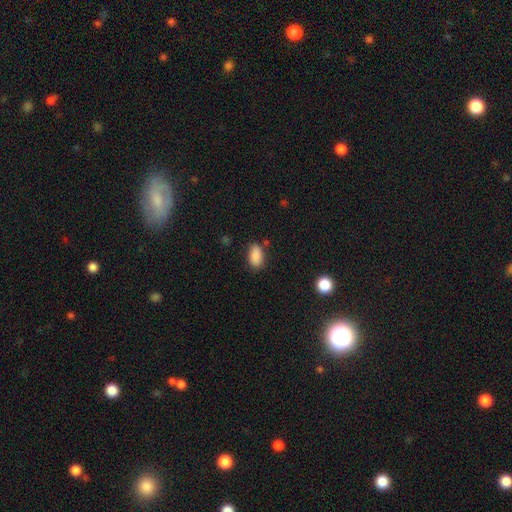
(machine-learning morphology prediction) A smooth galaxy with no disk features (88%) that is in between round and cigar-shaped (91%).

Vote fractions:
- Smooth or featured? smooth: 88% / star or artifact: 8% / featured or disk: 4%
- How rounded? in between: 91% / round: 5% / cigar-shaped: 3%
- Merging? none: 78% / minor disturbance: 16% / major disturbance: 4% / merger: 3%